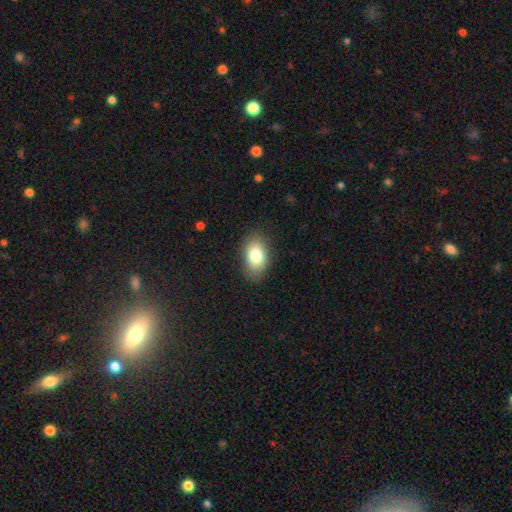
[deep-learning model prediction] The model was most divided on "smooth or featured": smooth: 80%, featured or disk: 12%, star or artifact: 8%. More confident: how rounded — in between (88%); merging — none (84%).